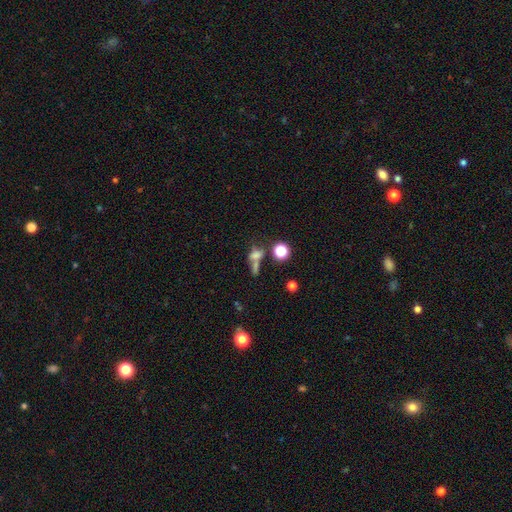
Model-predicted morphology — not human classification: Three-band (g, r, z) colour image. It shows a smooth galaxy with no disk features (59%) that is in between round and cigar-shaped (48%). Merging: merger (41%).